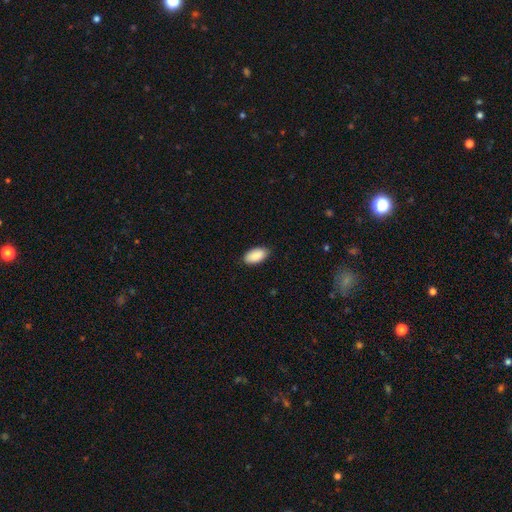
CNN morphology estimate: A smooth galaxy with no disk features (91%) that is in between round and cigar-shaped (95%). Merging: none (86%).